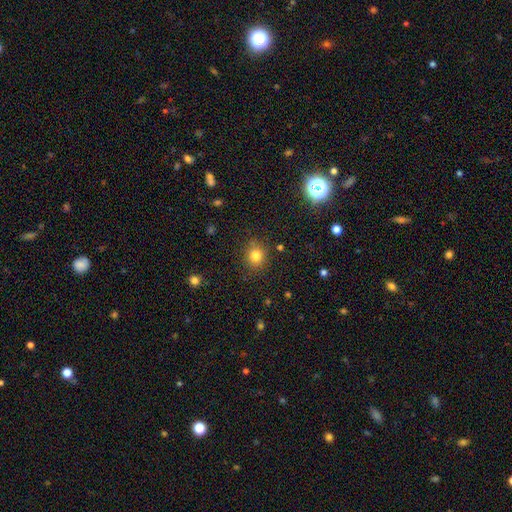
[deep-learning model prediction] smooth_or_featured: smooth (p=0.80) [alt: star or artifact p=0.14]
how_rounded: round (p=0.81) [alt: in between p=0.19]
merging: none (p=0.85) [alt: minor disturbance p=0.10]